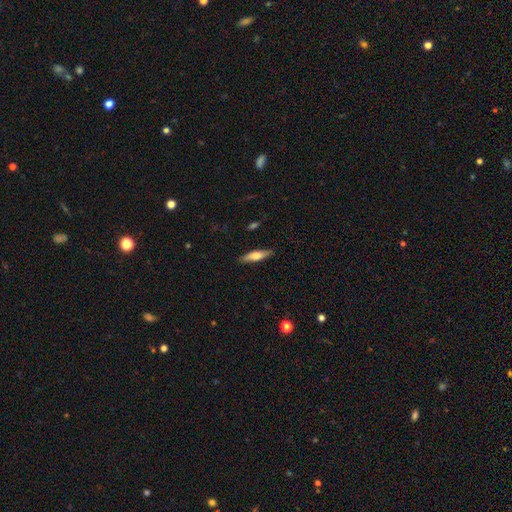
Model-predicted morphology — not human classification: smooth-or-featured: smooth: 64% | featured or disk: 30% | star or artifact: 6%
  how-rounded: cigar-shaped: 72% | in between: 26% | round: 2%
  merging: none: 88% | minor disturbance: 9% | major disturbance: 2% | merger: 1%